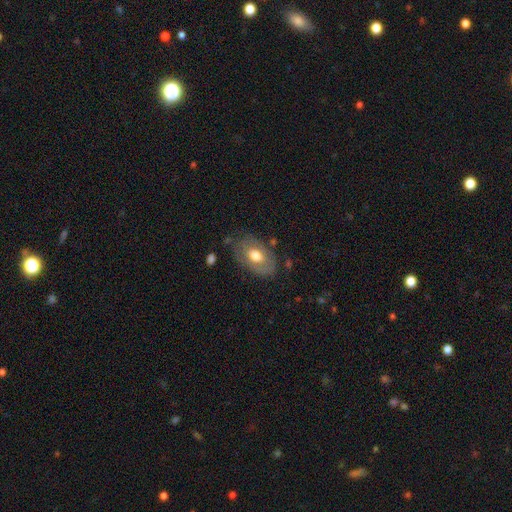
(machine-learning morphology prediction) Smooth or featured? smooth (51%)
How rounded? in between (87%)
Merging? none (68%)